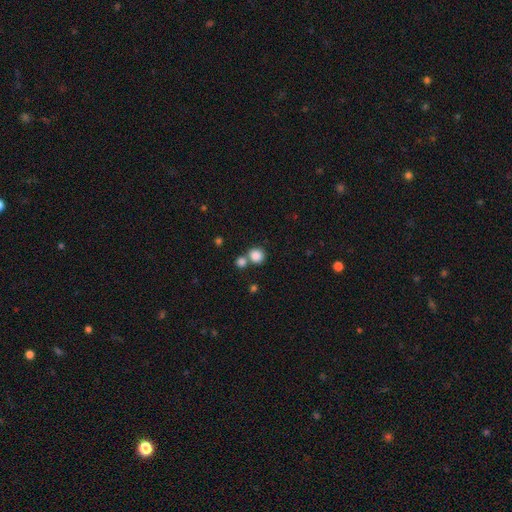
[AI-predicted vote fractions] Smooth or featured? Predicted: smooth (p=0.85). How rounded? Predicted: round (p=0.89). Merging? Predicted: none (p=0.59).